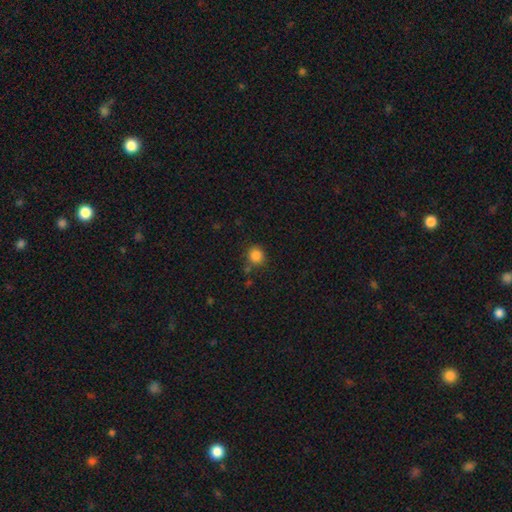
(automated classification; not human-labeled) This appears to be a smooth galaxy with no disk features (85%) that is round (88%). Merging: none (79%).